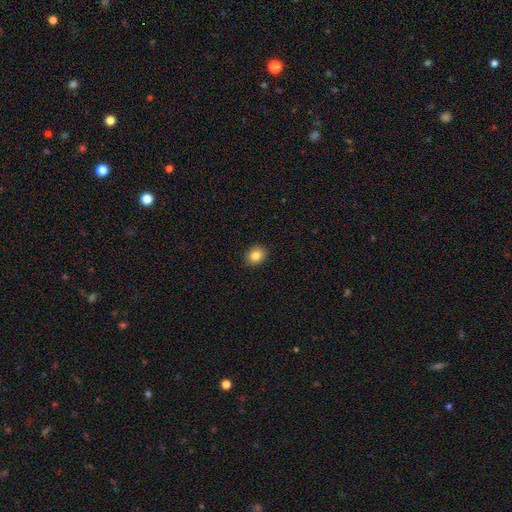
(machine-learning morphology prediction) type=smooth (83%); roundness=round (56%); merging=none (91%).